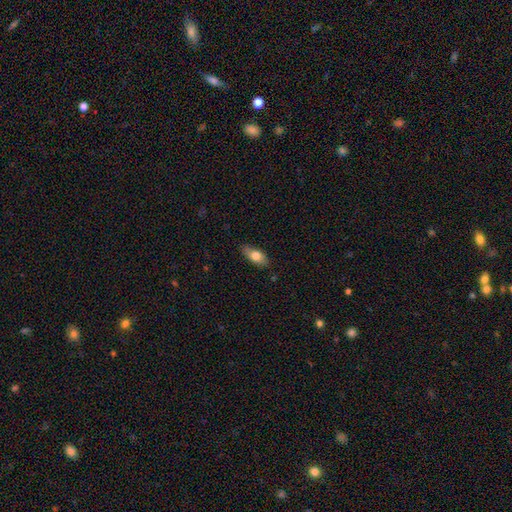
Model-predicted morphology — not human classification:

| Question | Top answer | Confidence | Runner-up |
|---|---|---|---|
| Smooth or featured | smooth | 73% | featured or disk (20%) |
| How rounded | in between | 81% | cigar-shaped (15%) |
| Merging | none | 83% | minor disturbance (14%) |